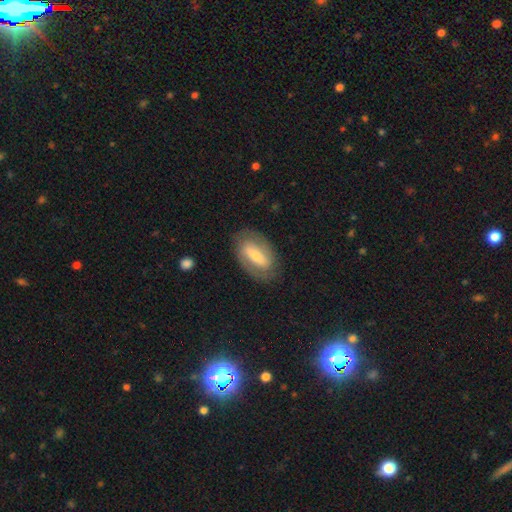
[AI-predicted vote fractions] smooth_or_featured: featured or disk (p=0.61) [alt: smooth p=0.33]
disk_edge_on: no (p=0.90) [alt: yes p=0.10]
bar: strong (p=0.57) [alt: weak p=0.29]
has_spiral_arms: yes (p=0.72) [alt: no p=0.28]
bulge_size: small (p=0.55) [alt: moderate p=0.32]
merging: none (p=0.80) [alt: minor disturbance p=0.13]